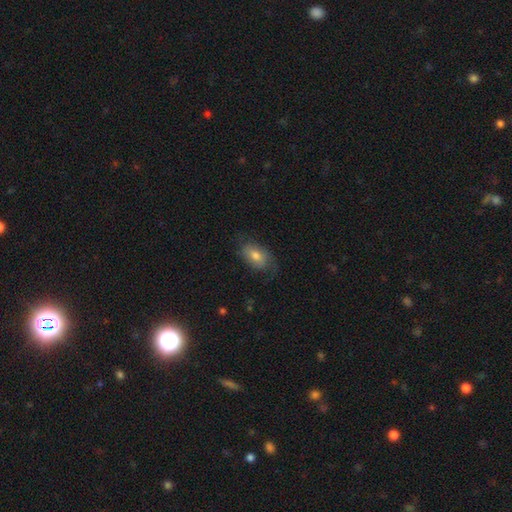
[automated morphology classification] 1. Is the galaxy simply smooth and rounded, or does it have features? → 57% smooth, 32% featured or disk, 11% star or artifact.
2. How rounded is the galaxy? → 85% in between, 12% round, 3% cigar-shaped.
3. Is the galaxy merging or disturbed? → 66% none, 23% minor disturbance, 11% major disturbance, 1% merger.